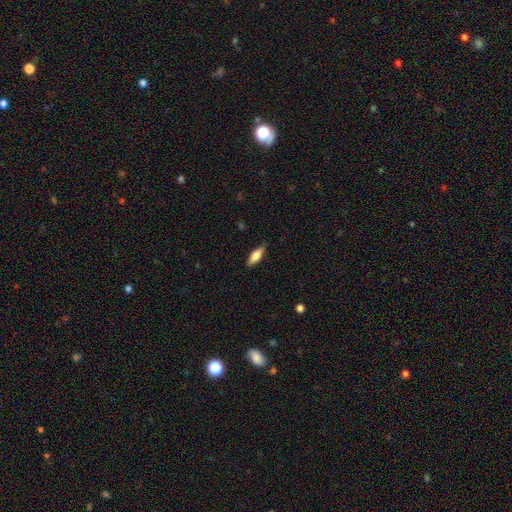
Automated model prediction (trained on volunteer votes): This is likely a smooth galaxy (71%). How rounded: likely in between (62%). Merging: clearly none (85%).